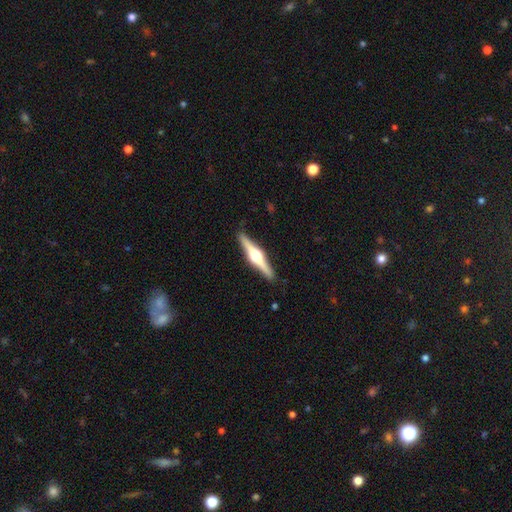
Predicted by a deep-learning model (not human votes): featured or disk 79%, smooth 17%, star or artifact 5%. Down the decision tree: edge-on disk — yes (98%); edge-on bulge — rounded (95%); merging — none (91%).